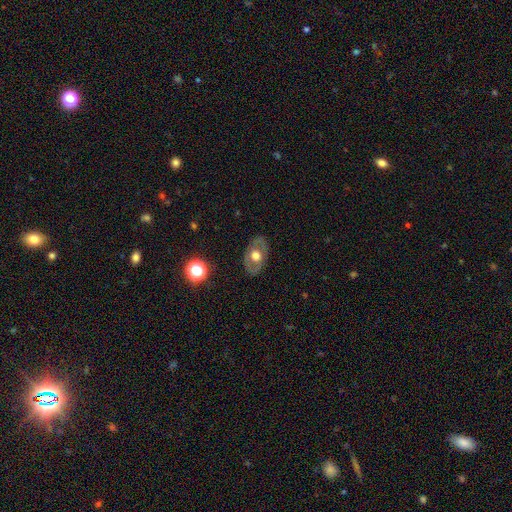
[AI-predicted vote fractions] Morphology: type=featured or disk (51%); edge-on=no (90%); merging=none (81%).